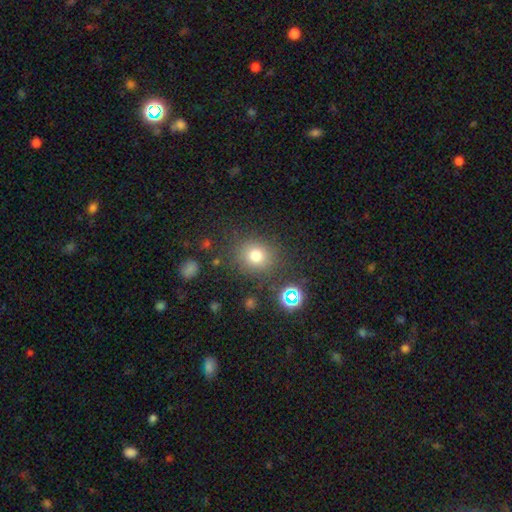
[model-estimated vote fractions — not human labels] A smooth galaxy with no disk features (75%) that is round (81%).

Vote fractions:
- Smooth or featured? smooth: 75% / star or artifact: 17% / featured or disk: 8%
- How rounded? round: 81% / in between: 18% / cigar-shaped: 1%
- Merging? none: 81% / minor disturbance: 10% / major disturbance: 5% / merger: 4%